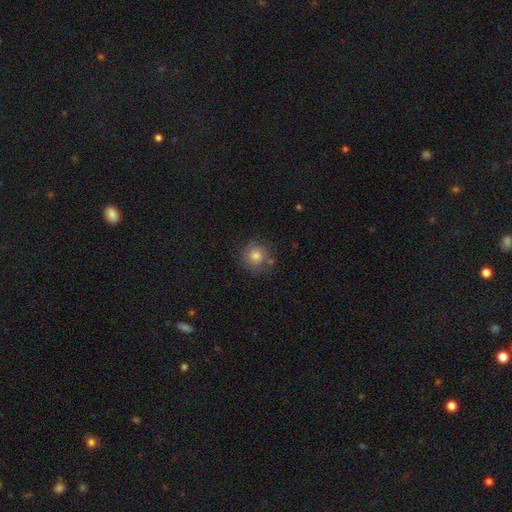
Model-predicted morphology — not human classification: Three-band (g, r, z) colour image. It shows a smooth galaxy with no disk features (67%) that is round (90%). Merging: none (73%).